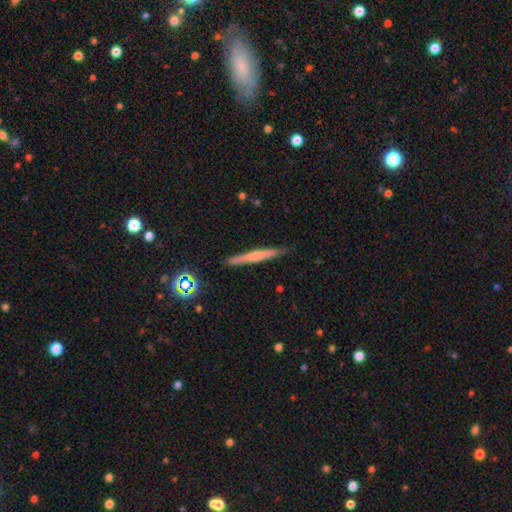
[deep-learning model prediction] smooth-or-featured: smooth: 47% | featured or disk: 45% | star or artifact: 8%
  merging: none: 88% | minor disturbance: 9% | major disturbance: 2% | merger: 1%